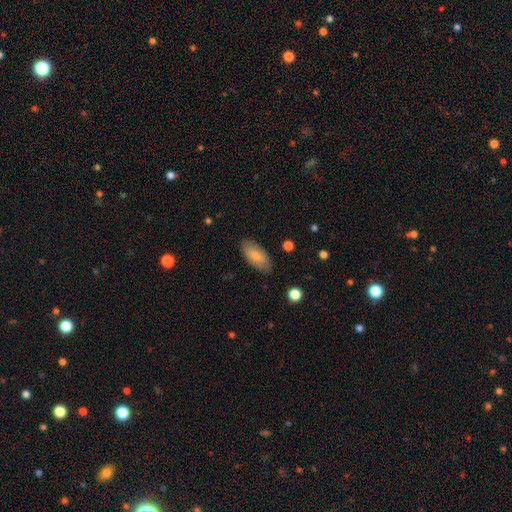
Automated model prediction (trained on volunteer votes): smooth_or_featured: smooth (p=0.79) [alt: featured or disk p=0.16]
how_rounded: in between (p=0.89) [alt: cigar-shaped p=0.09]
merging: none (p=0.84) [alt: minor disturbance p=0.12]